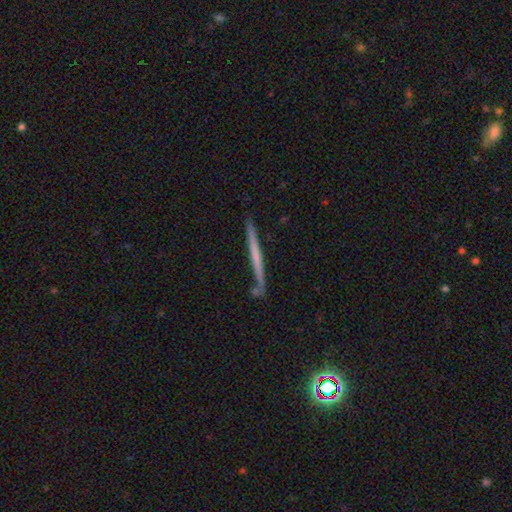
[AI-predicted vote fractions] Smooth or featured? featured or disk (54%)
Edge-on disk? yes (97%)
Edge-on bulge? none (85%)
Merging? none (82%)